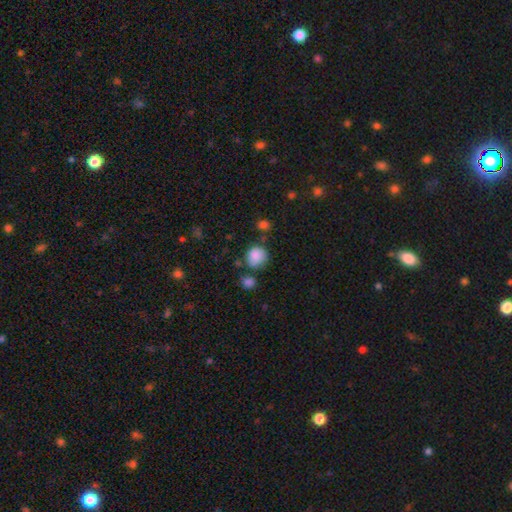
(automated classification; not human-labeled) The model was most divided on "merging": none: 64%, minor disturbance: 21%, merger: 10%, major disturbance: 6%. More confident: smooth or featured — smooth (85%); how rounded — round (82%).